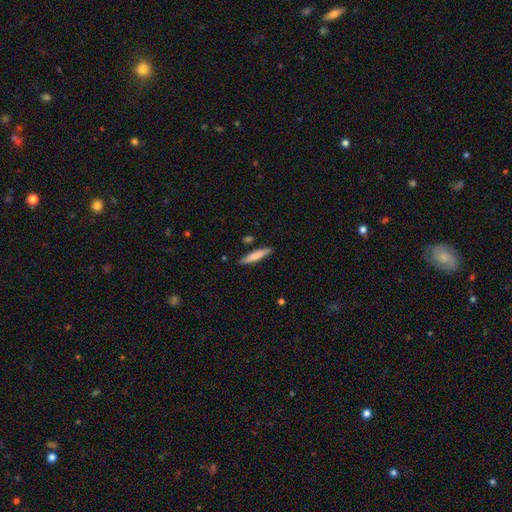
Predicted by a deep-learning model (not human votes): smooth_or_featured: smooth (p=0.78) [alt: featured or disk p=0.17]
how_rounded: cigar-shaped (p=0.88) [alt: in between p=0.11]
merging: none (p=0.86) [alt: minor disturbance p=0.09]